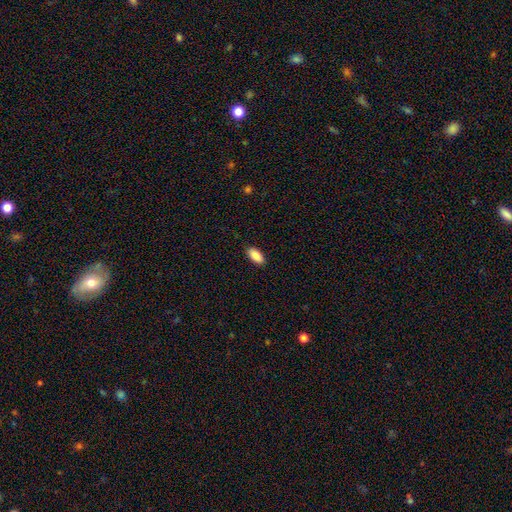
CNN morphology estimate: Smooth or featured? Predicted: smooth (p=0.89). How rounded? Predicted: in between (p=0.92). Merging? Predicted: none (p=0.90).